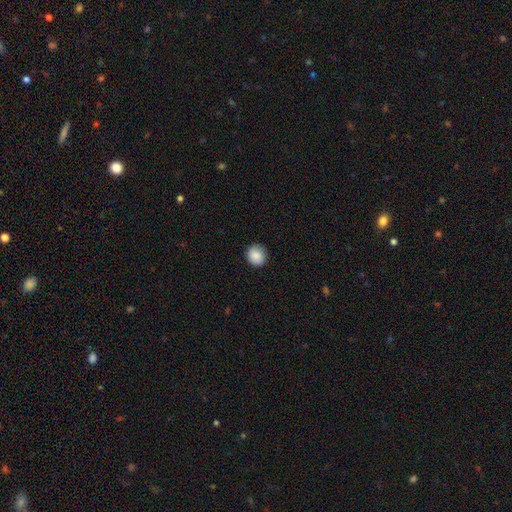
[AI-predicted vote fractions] A smooth galaxy with no disk features (88%) that is round (88%).

Vote fractions:
- Smooth or featured? smooth: 88% / star or artifact: 8% / featured or disk: 3%
- How rounded? round: 88% / in between: 11% / cigar-shaped: 1%
- Merging? none: 88% / minor disturbance: 9% / major disturbance: 2% / merger: 1%